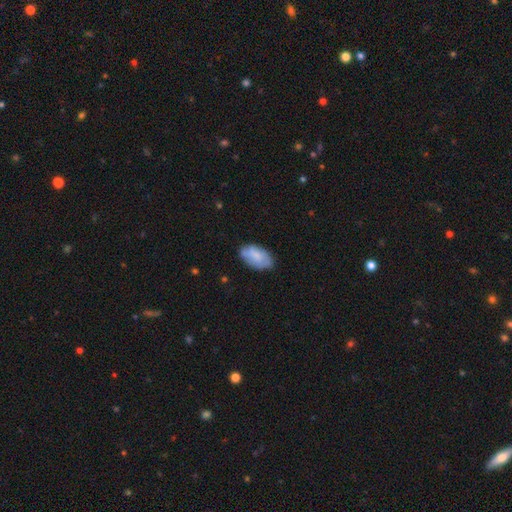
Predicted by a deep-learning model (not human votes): Q: Smooth or featured?
A: smooth (70%); runner-up: featured or disk (23%)
Q: How rounded?
A: in between (94%); runner-up: round (4%)
Q: Merging?
A: none (67%); runner-up: minor disturbance (25%)